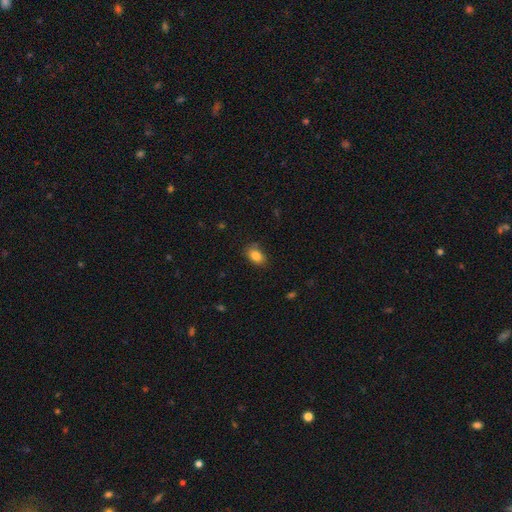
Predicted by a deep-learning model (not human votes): smooth_or_featured: smooth (p=0.85) [alt: star or artifact p=0.09]
how_rounded: in between (p=0.84) [alt: round p=0.14]
merging: none (p=0.79) [alt: minor disturbance p=0.17]